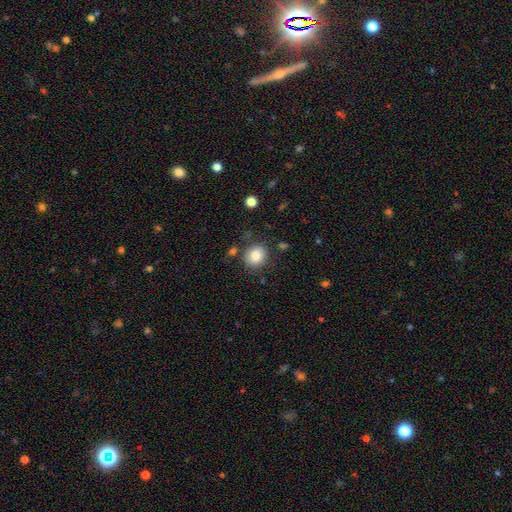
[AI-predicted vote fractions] Smooth or featured? smooth (84%)
How rounded? round (73%)
Merging? none (81%)